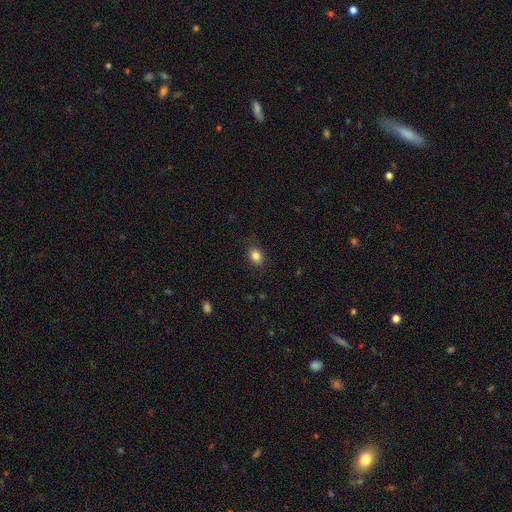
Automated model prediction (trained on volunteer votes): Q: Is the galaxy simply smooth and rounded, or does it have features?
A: smooth — 85%.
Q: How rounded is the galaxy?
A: in between — 75%.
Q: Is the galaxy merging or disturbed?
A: none — 83%.